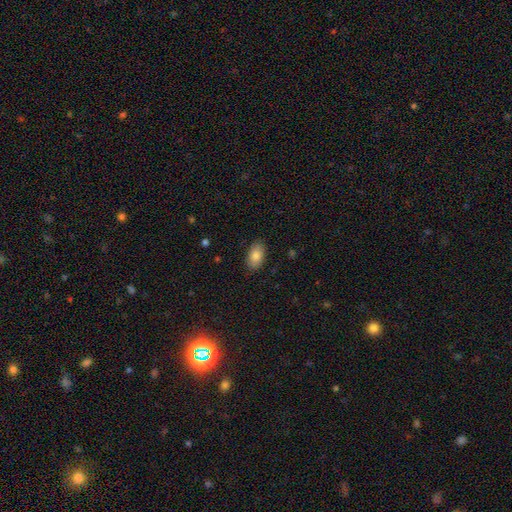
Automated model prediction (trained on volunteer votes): Overall: smooth (83%). How rounded: in between (93%). Merging: none (87%).